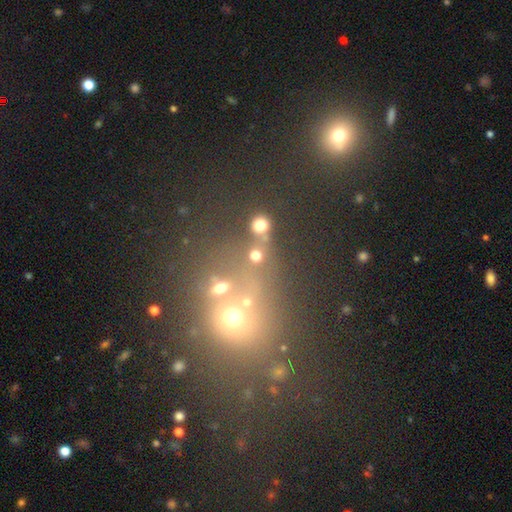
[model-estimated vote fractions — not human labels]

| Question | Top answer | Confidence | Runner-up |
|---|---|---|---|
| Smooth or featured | smooth | 71% | star or artifact (21%) |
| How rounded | round | 86% | in between (12%) |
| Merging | none | 63% | merger (23%) |